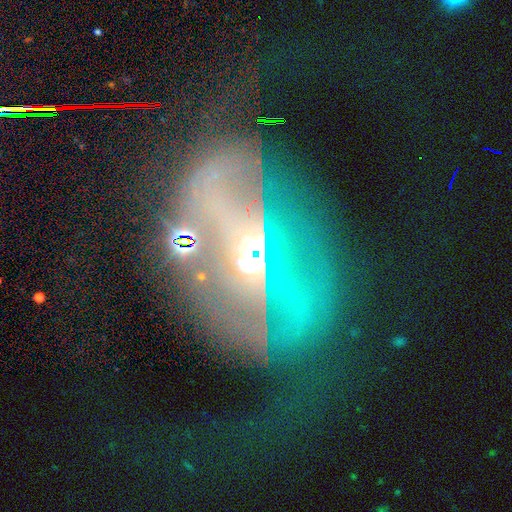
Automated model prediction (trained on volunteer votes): This is likely a featured or disk galaxy (77%). It is clearly not viewed edge-on (89%). Bar: marginally strong (37%). Spiral arm pattern: possibly yes (56%). Central bulge: possibly moderate (54%). Merging: marginally major disturbance (42%).